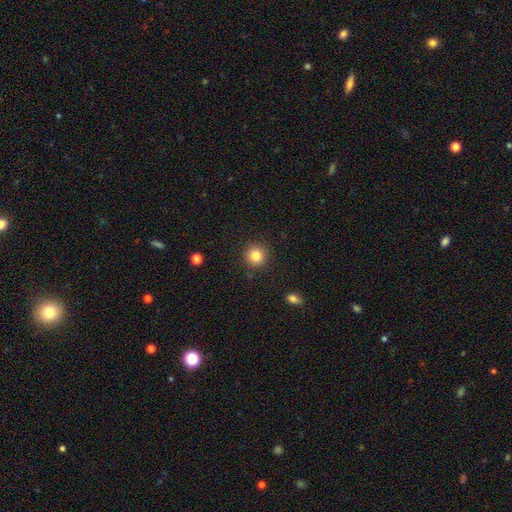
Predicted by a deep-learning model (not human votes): Smooth or featured? smooth (83%)
How rounded? round (93%)
Merging? none (90%)